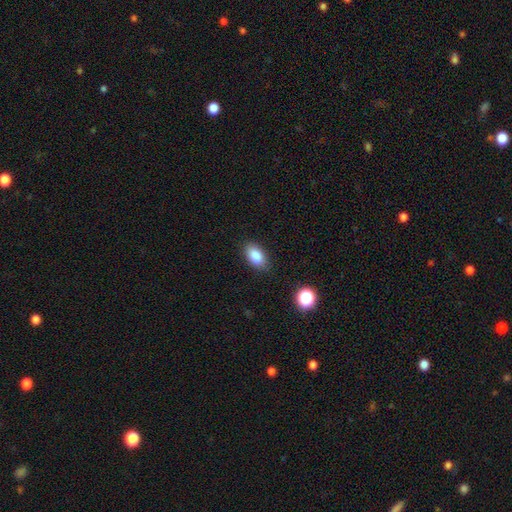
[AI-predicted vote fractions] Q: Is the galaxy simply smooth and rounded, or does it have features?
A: smooth — 86%.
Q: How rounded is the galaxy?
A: in between — 92%.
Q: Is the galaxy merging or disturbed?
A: none — 84%.